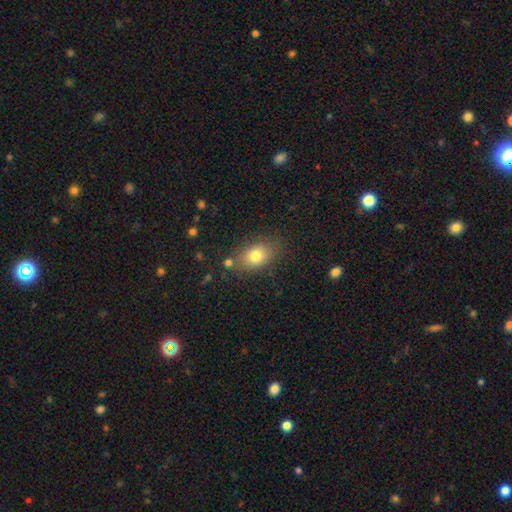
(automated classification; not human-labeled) Smooth or featured?
  - smooth: 78% *
  - featured or disk: 11%
  - star or artifact: 11%
How rounded?
  - in between: 76% *
  - round: 22%
  - cigar-shaped: 2%
Merging?
  - none: 76% *
  - minor disturbance: 14%
  - merger: 5%
  - major disturbance: 4%